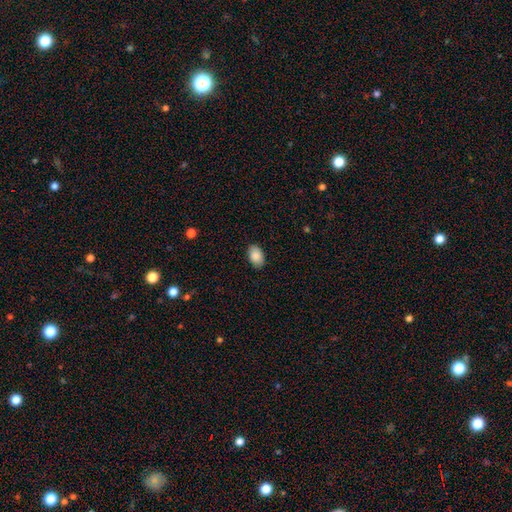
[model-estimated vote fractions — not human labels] Smooth or featured? smooth (89%)
How rounded? in between (90%)
Merging? none (88%)